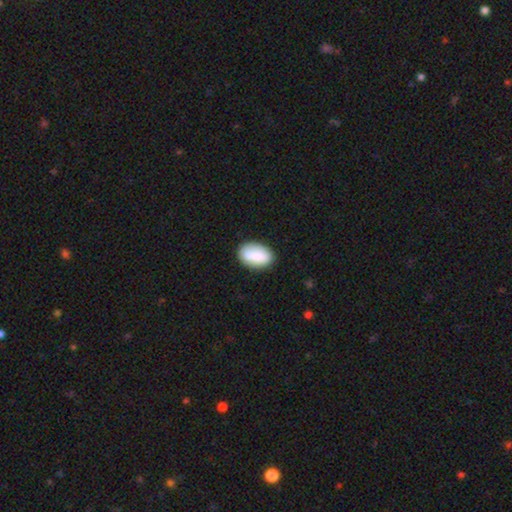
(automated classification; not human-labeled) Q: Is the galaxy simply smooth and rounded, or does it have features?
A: smooth — 83%.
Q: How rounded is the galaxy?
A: in between — 91%.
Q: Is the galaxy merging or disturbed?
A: none — 81%.